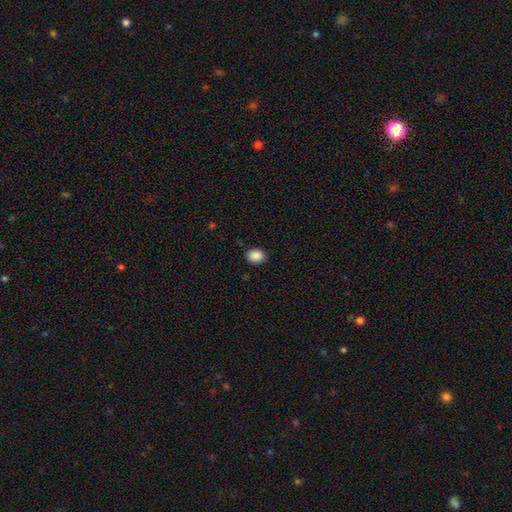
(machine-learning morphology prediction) Overall: smooth (88%). How rounded: round (61%; in between 39%). Merging: none (89%).